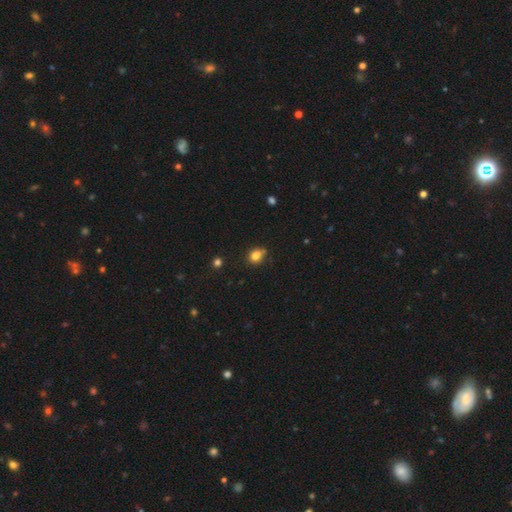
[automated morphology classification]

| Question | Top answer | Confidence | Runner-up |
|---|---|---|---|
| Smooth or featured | smooth | 80% | star or artifact (13%) |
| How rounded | round | 59% | in between (40%) |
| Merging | none | 61% | minor disturbance (19%) |